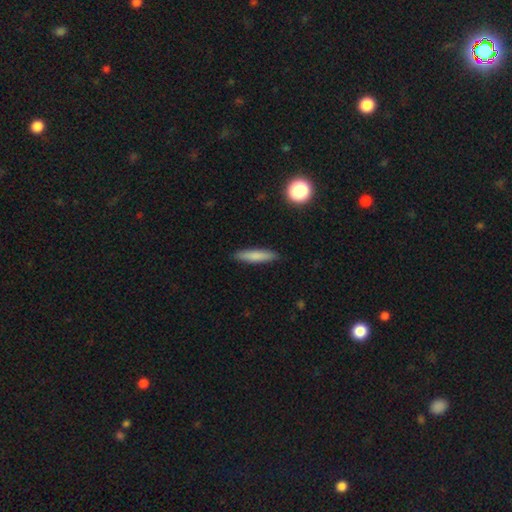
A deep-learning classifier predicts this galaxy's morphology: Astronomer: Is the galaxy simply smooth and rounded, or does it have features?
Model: smooth — 78%.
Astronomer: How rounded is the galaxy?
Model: cigar-shaped — 85%.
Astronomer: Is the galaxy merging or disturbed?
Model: none — 89%.